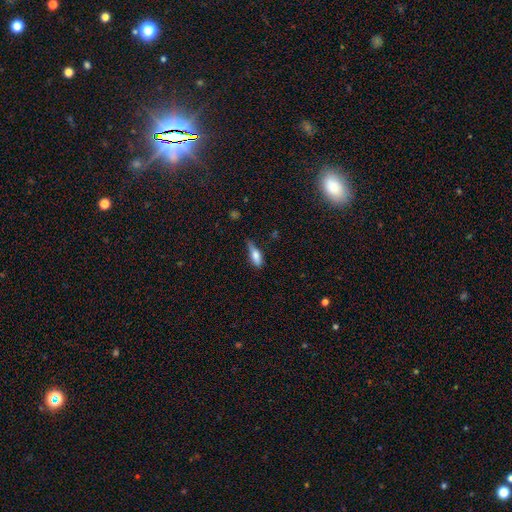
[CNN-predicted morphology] Overall: smooth (71%). How rounded: in between (62%; cigar-shaped 35%). Merging: none (51%; minor disturbance 36%).